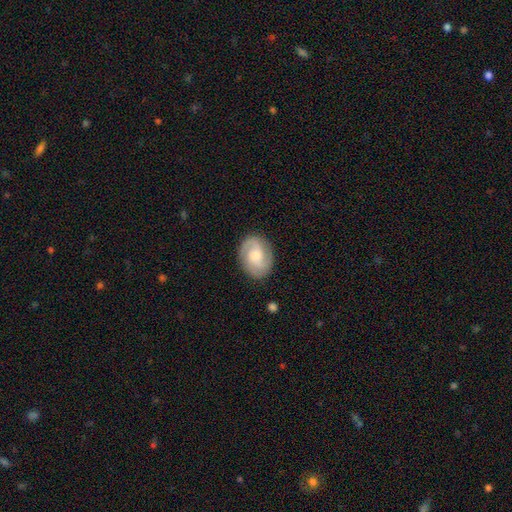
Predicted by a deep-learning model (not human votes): Smooth or featured: featured or disk — 69% (smooth — 25%)
Edge-on disk: no — 97% (yes — 3%)
Bar: no — 55% (weak — 38%)
Spiral arms: yes — 93% (no — 7%)
Spiral winding: medium — 46% (tight — 38%)
Spiral arm count: 2 — 71% (3 — 12%)
Bulge size: moderate — 56% (small — 32%)
Merging: none — 85% (minor disturbance — 11%)